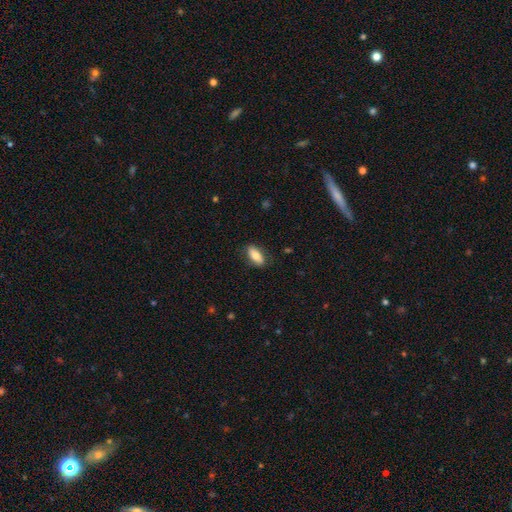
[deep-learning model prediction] Overall: smooth (77%). How rounded: in between (81%). Merging: none (82%).